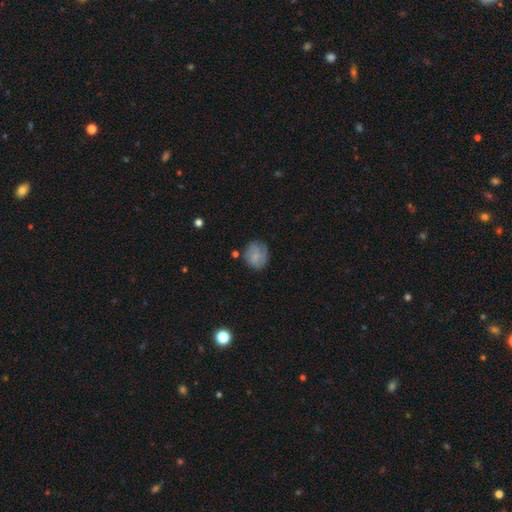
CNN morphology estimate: This appears to be a smooth galaxy with no disk features (69%) that is round (70%). Merging: none (64%).